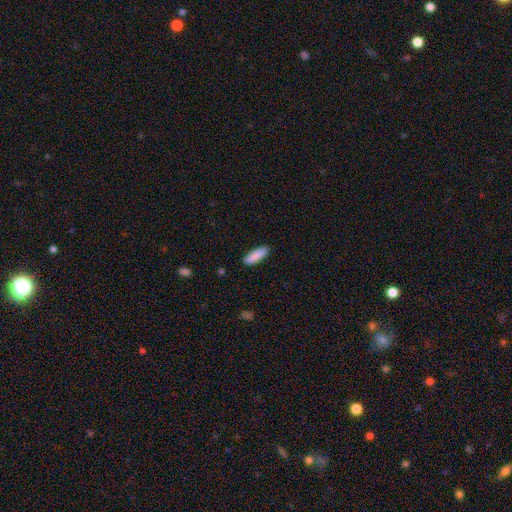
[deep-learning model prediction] The model was most divided on "how rounded": cigar-shaped: 52%, in between: 47%, round: 1%. More confident: smooth or featured — smooth (89%); merging — none (89%).